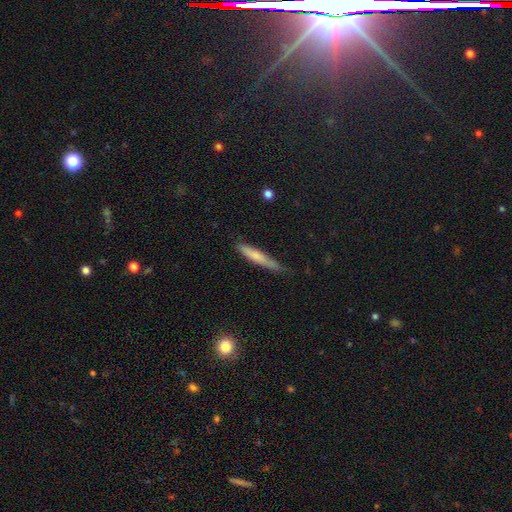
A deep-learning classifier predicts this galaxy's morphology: smooth-or-featured: smooth: 69% | featured or disk: 25% | star or artifact: 6%
  how-rounded: cigar-shaped: 92% | in between: 6% | round: 1%
  merging: none: 67% | minor disturbance: 27% | major disturbance: 4% | merger: 2%